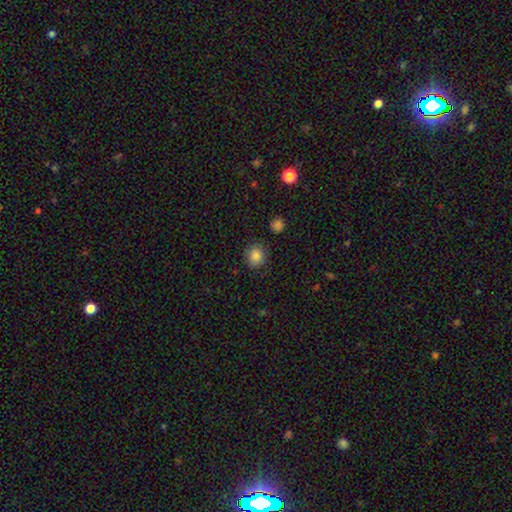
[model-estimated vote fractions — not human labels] The model was most divided on "how rounded": round: 83%, in between: 16%, cigar-shaped: 1%. More confident: merging — none (87%); smooth or featured — smooth (85%).